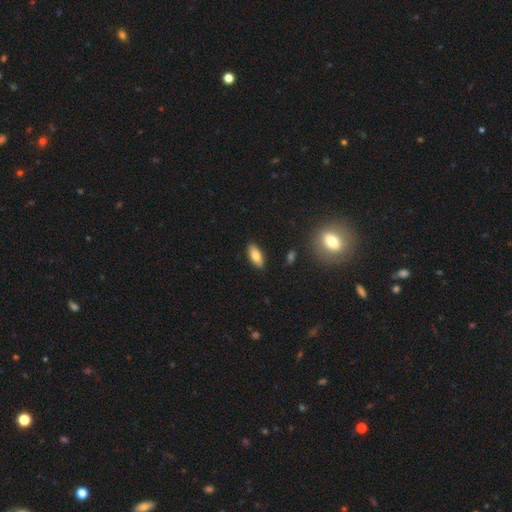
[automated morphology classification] smooth_or_featured: smooth (p=0.78) [alt: featured or disk p=0.15]
how_rounded: in between (p=0.85) [alt: cigar-shaped p=0.13]
merging: none (p=0.88) [alt: minor disturbance p=0.09]